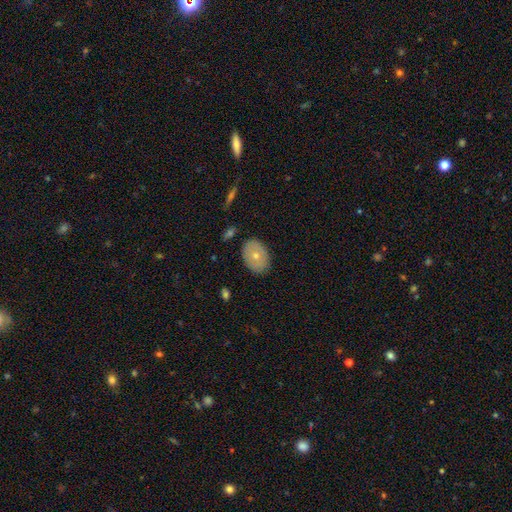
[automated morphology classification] A smooth galaxy with no disk features (64%) that is in between round and cigar-shaped (78%). Merging: none (85%).